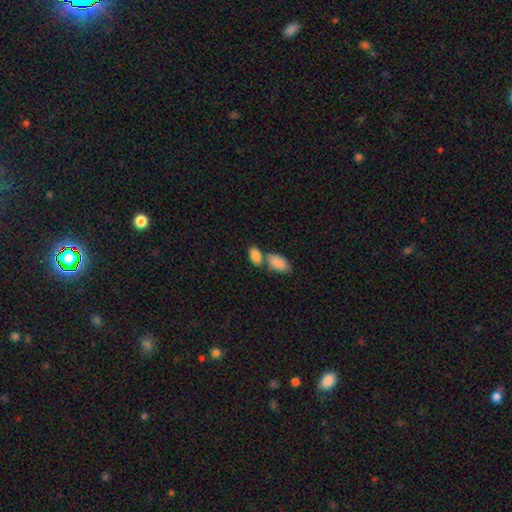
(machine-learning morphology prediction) smooth-or-featured: smooth: 87% | star or artifact: 7% | featured or disk: 7%
  how-rounded: in between: 93% | round: 4% | cigar-shaped: 3%
  merging: merger: 45% | none: 42% | minor disturbance: 10% | major disturbance: 3%